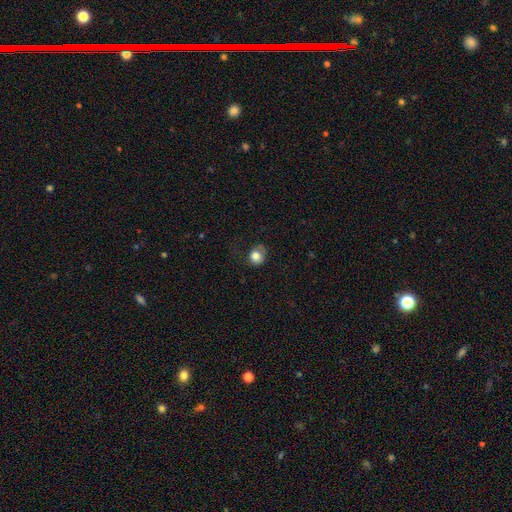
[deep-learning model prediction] Q: Smooth or featured?
A: smooth (78%); runner-up: featured or disk (12%)
Q: How rounded?
A: round (71%); runner-up: in between (28%)
Q: Merging?
A: none (53%); runner-up: minor disturbance (27%)